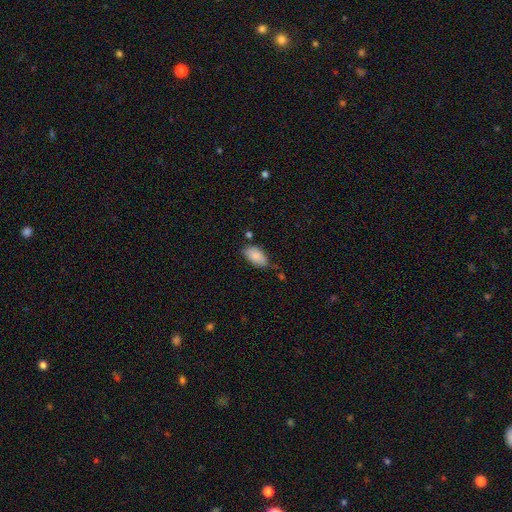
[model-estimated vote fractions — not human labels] Smooth or featured? Predicted: smooth (p=0.85). How rounded? Predicted: in between (p=0.94). Merging? Predicted: none (p=0.68).